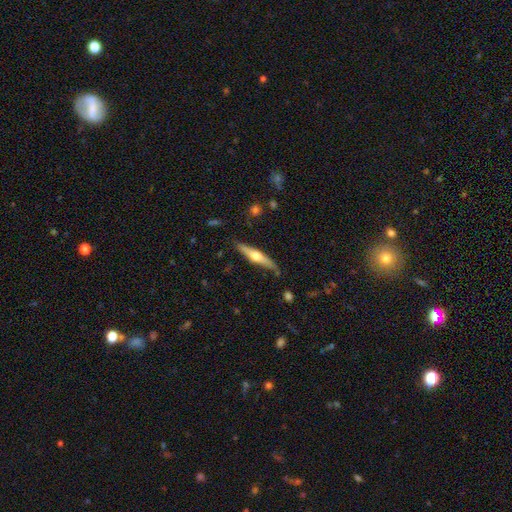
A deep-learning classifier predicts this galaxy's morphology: A featured or disk galaxy (60%) viewed edge-on (95%) with a rounded central bulge (92%). Merging: none (81%).